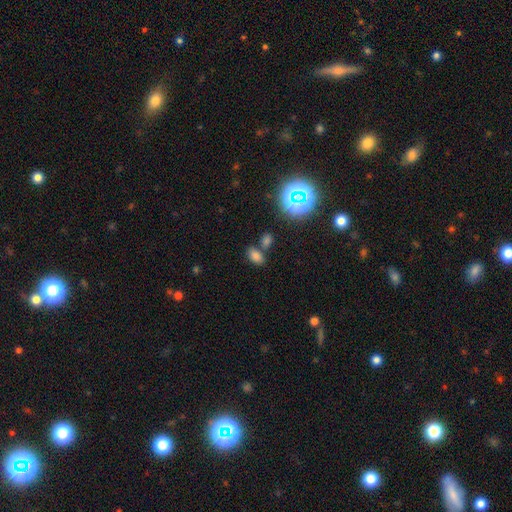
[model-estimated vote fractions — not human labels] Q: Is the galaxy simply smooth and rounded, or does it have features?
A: smooth — 73%.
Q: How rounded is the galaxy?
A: in between — 89%.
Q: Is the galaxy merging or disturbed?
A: none — 63%.